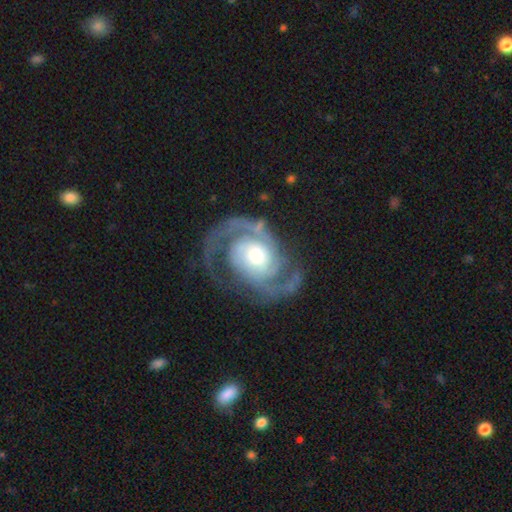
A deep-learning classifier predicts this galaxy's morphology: smooth-or-featured: featured or disk: 91% | smooth: 5% | star or artifact: 4%
  disk-edge-on: no: 98% | yes: 2%
    bar: no: 67% | weak: 25% | strong: 8%
    has-spiral-arms: yes: 98% | no: 2%
      spiral-winding: tight: 45% | medium: 44% | loose: 11%
      spiral-arm-count: 2: 67% | 3: 14% | can't tell: 7% | 1: 4% | 4: 4% | more than 4: 3%
    bulge-size: moderate: 58% | large: 24% | small: 14% | dominant: 2% | none: 1%
  merging: none: 70% | minor disturbance: 16% | major disturbance: 13% | merger: 2%